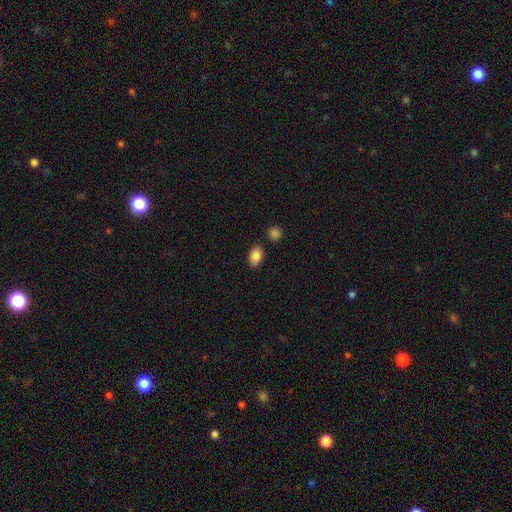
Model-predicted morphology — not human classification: Smooth or featured?
  - smooth: 85% *
  - star or artifact: 8%
  - featured or disk: 7%
How rounded?
  - in between: 82% *
  - round: 16%
  - cigar-shaped: 2%
Merging?
  - none: 81% *
  - minor disturbance: 12%
  - merger: 5%
  - major disturbance: 3%